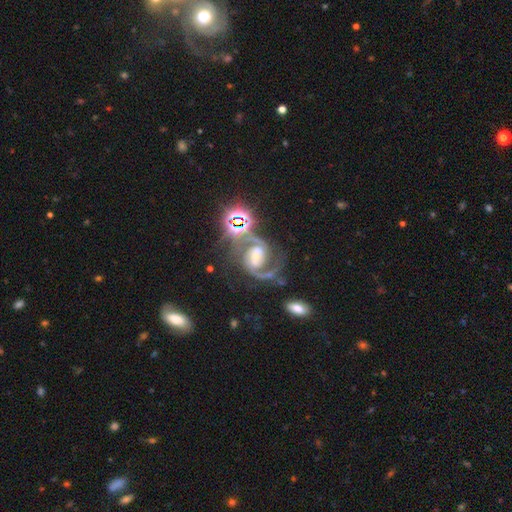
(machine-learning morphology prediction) This is clearly a featured or disk galaxy (83%). It is clearly not viewed edge-on (98%). Bar: marginally weak (40%). Spiral arm pattern: clearly yes (97%). Spiral arm count: clearly 2 (86%). Spiral winding: possibly medium (58%). Central bulge: possibly small (48%). Merging: possibly none (49%).